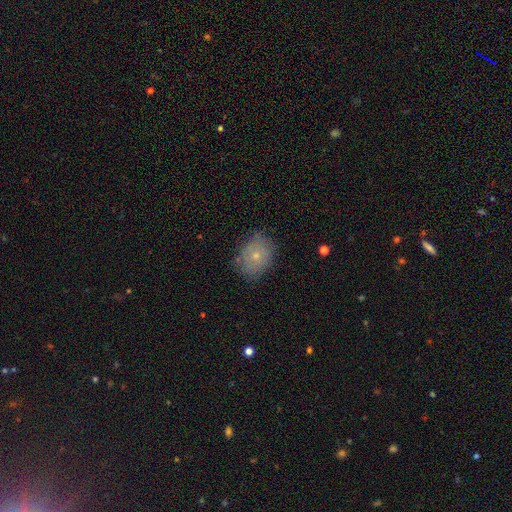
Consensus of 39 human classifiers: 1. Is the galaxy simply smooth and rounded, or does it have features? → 64% smooth, 28% featured or disk, 8% star or artifact.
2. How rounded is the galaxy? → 76% in between, 24% round, 0% cigar-shaped.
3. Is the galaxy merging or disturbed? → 50% none, 33% minor disturbance, 8% major disturbance, 8% merger.